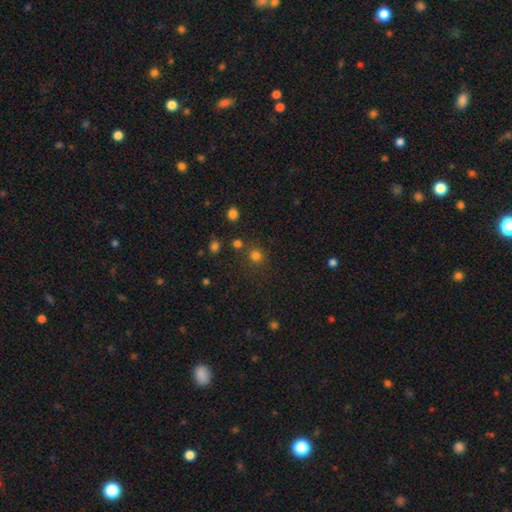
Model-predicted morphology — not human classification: smooth_or_featured: smooth (p=0.75) [alt: star or artifact p=0.19]
how_rounded: round (p=0.90) [alt: in between p=0.09]
merging: none (p=0.78) [alt: merger p=0.09]